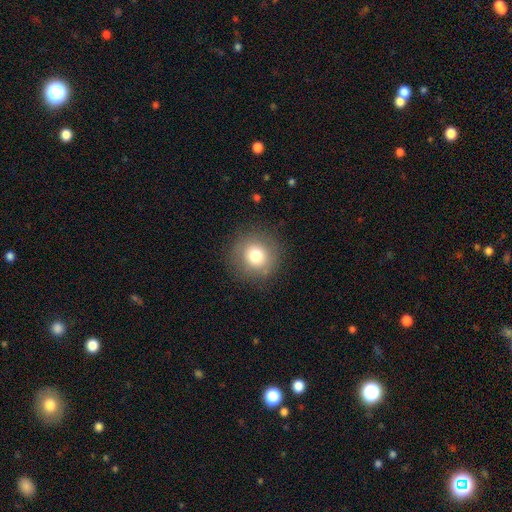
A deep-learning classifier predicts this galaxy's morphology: Smooth or featured?
  - smooth: 75% *
  - featured or disk: 14%
  - star or artifact: 11%
How rounded?
  - round: 93% *
  - in between: 6%
  - cigar-shaped: 1%
Merging?
  - none: 86% *
  - minor disturbance: 9%
  - major disturbance: 4%
  - merger: 1%